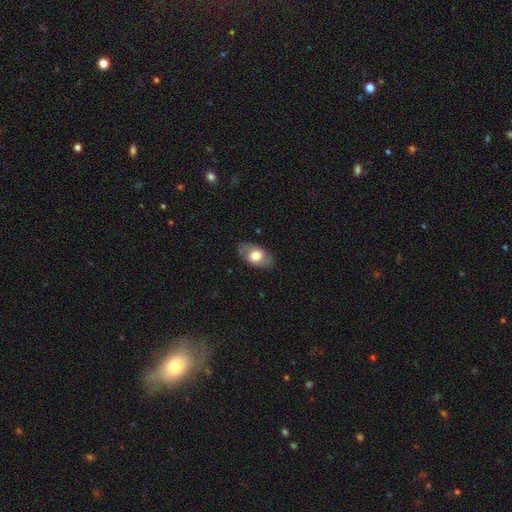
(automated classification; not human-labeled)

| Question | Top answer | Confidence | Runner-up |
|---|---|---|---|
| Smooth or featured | smooth | 66% | featured or disk (28%) |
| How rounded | in between | 88% | round (10%) |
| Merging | none | 81% | minor disturbance (14%) |